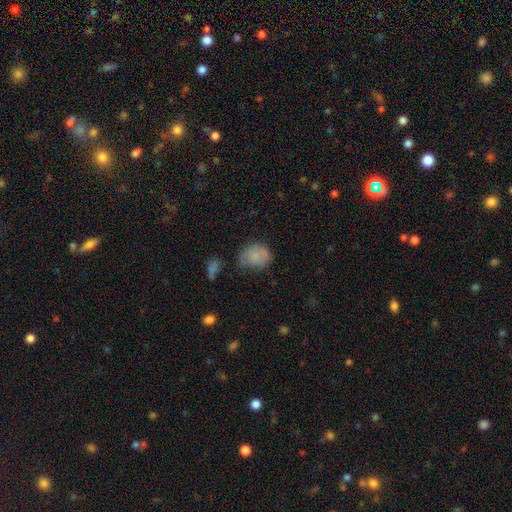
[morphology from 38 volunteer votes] smooth 79%, featured or disk 16%, star or artifact 5%. Down the decision tree: how rounded — round (57%); merging — none (42%).